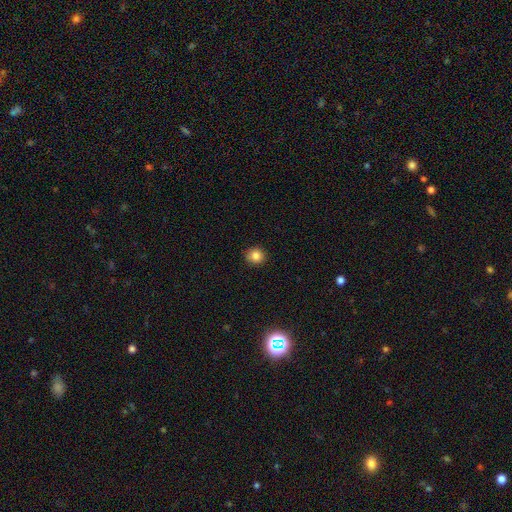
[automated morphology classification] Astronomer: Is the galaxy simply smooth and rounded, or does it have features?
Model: smooth — 84%.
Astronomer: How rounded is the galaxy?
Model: round — 89%.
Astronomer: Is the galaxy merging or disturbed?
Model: none — 89%.